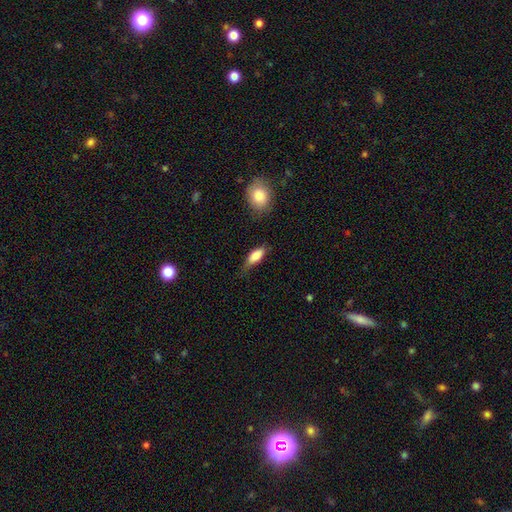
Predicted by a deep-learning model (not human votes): Smooth or featured?
  - smooth: 81% *
  - featured or disk: 12%
  - star or artifact: 7%
How rounded?
  - in between: 78% *
  - cigar-shaped: 19%
  - round: 3%
Merging?
  - none: 51% *
  - minor disturbance: 36%
  - major disturbance: 10%
  - merger: 3%